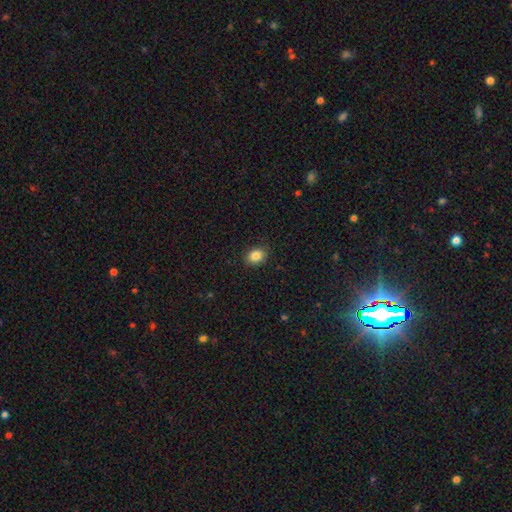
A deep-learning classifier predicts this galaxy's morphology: Smooth or featured?
  - smooth: 84% *
  - star or artifact: 10%
  - featured or disk: 6%
How rounded?
  - in between: 51% *
  - round: 48%
  - cigar-shaped: 1%
Merging?
  - none: 89% *
  - minor disturbance: 8%
  - major disturbance: 2%
  - merger: 1%